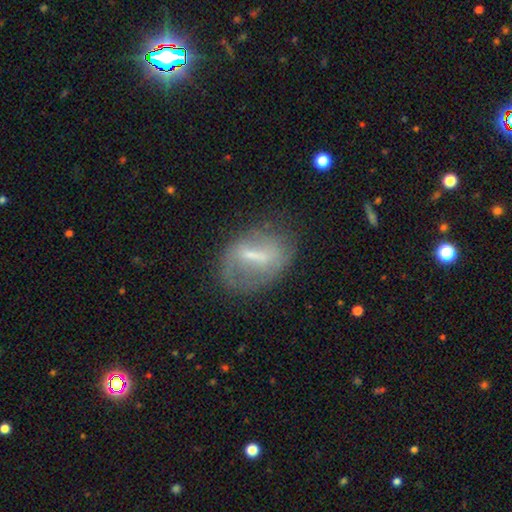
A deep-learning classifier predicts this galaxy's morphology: This appears to be a featured or disk galaxy (55%). Merging: none (54%).